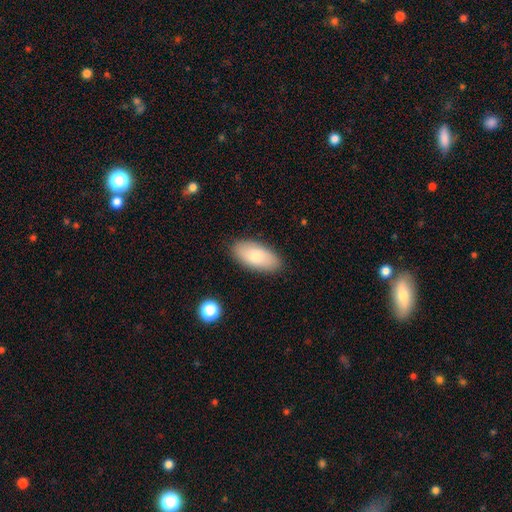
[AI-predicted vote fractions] Q: Smooth or featured?
A: smooth (75%); runner-up: featured or disk (19%)
Q: How rounded?
A: in between (92%); runner-up: cigar-shaped (5%)
Q: Merging?
A: none (87%); runner-up: minor disturbance (10%)